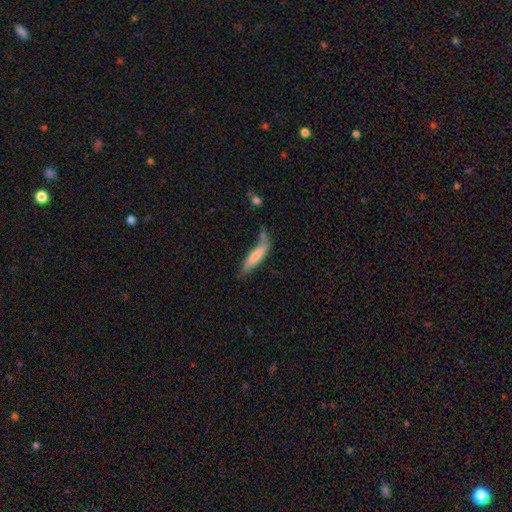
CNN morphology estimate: Q: Smooth or featured?
A: smooth (71%); runner-up: featured or disk (24%)
Q: How rounded?
A: cigar-shaped (81%); runner-up: in between (18%)
Q: Merging?
A: none (55%); runner-up: minor disturbance (26%)